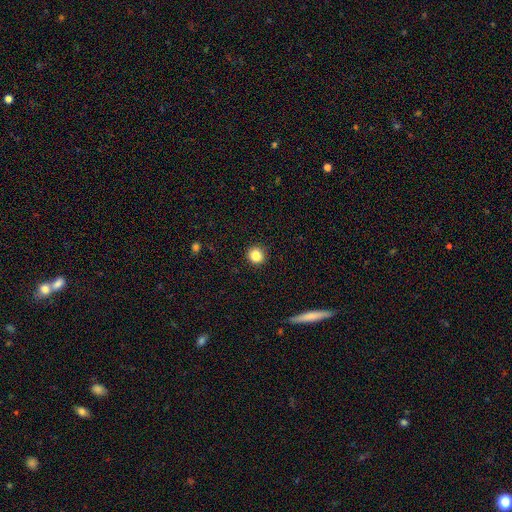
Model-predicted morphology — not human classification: Q: Smooth or featured?
A: smooth (85%); runner-up: star or artifact (10%)
Q: How rounded?
A: round (89%); runner-up: in between (10%)
Q: Merging?
A: none (91%); runner-up: minor disturbance (6%)